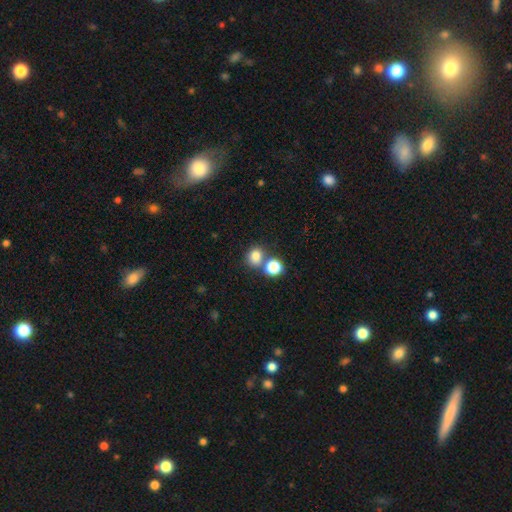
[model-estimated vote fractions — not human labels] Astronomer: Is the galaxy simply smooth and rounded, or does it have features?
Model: smooth — 80%.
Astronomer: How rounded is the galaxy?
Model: round — 72%.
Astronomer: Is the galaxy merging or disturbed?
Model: none — 60%.